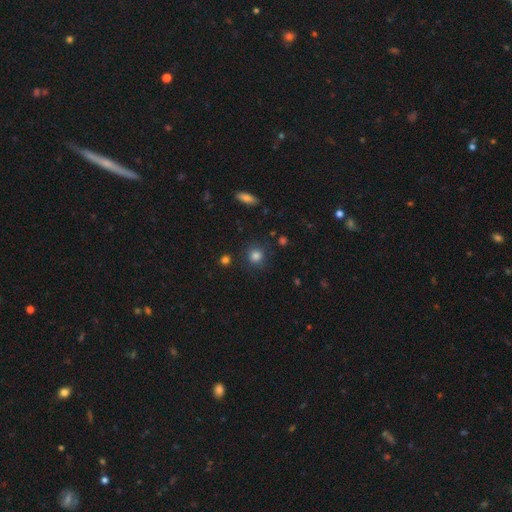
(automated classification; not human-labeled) This appears to be a smooth galaxy with no disk features (82%) that is round (89%). Merging: none (85%).